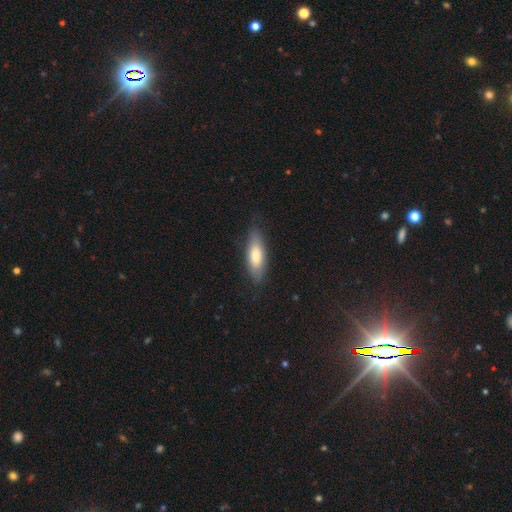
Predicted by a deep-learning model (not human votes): Smooth or featured? smooth (75%)
How rounded? in between (60%)
Merging? none (79%)